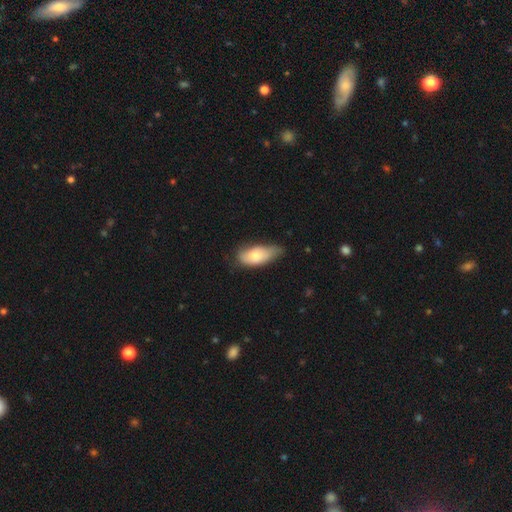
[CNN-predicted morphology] smooth 73%, featured or disk 20%, star or artifact 6%. Down the decision tree: how rounded — in between (87%); merging — minor disturbance (45%).